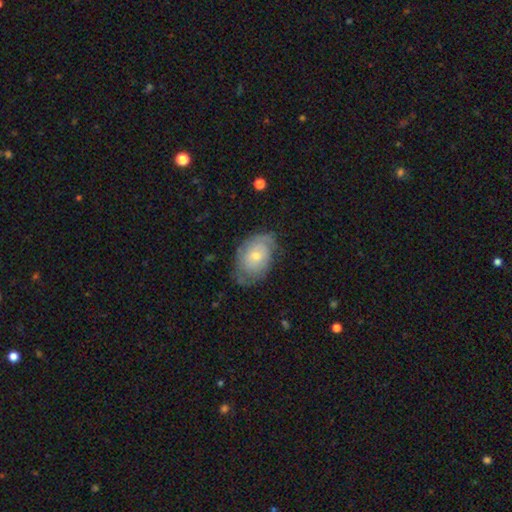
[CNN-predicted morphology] featured or disk 58%, smooth 36%, star or artifact 7%. Down the decision tree: edge-on disk — no (95%); bar — no (81%); spiral arms — yes (73%); bulge size — small (60%); merging — none (64%).